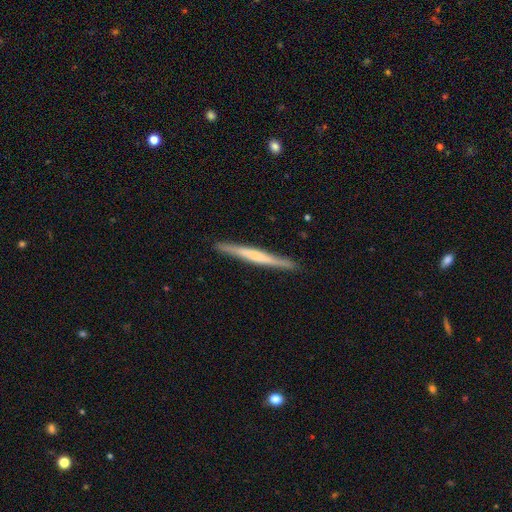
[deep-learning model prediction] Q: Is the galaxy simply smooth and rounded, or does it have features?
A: featured or disk — 57%.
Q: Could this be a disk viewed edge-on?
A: yes — 97%.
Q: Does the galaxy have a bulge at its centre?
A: none — 51%.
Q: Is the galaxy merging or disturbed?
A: none — 90%.